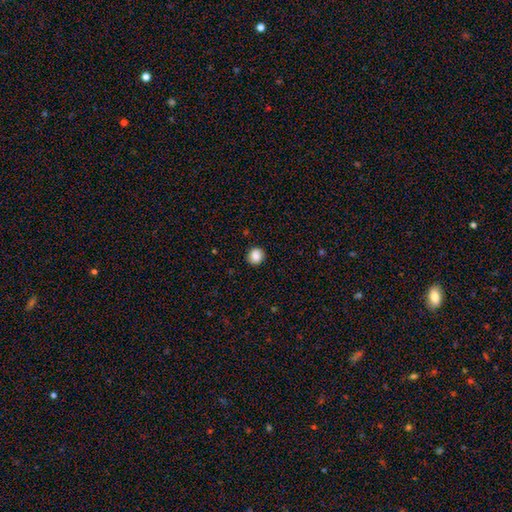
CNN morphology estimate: A smooth galaxy with no disk features (88%) that is round (88%). Merging: none (91%).